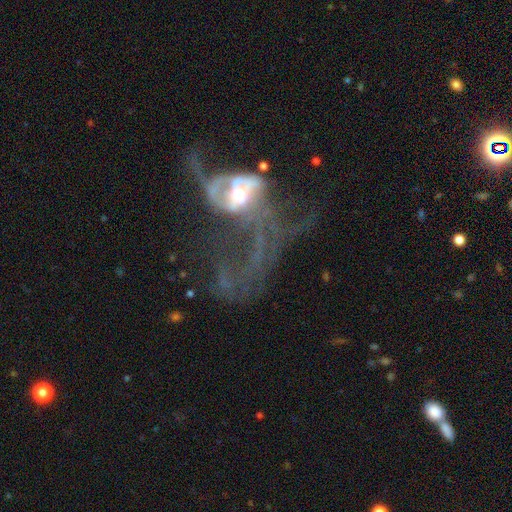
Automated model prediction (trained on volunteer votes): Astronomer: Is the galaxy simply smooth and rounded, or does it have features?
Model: featured or disk — 76%.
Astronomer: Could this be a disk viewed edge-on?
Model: no — 95%.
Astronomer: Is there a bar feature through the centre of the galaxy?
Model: no — 63%.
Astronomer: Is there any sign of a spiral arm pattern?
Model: yes — 64%.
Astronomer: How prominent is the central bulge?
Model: moderate — 62%.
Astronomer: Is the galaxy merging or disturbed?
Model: major disturbance — 61%.